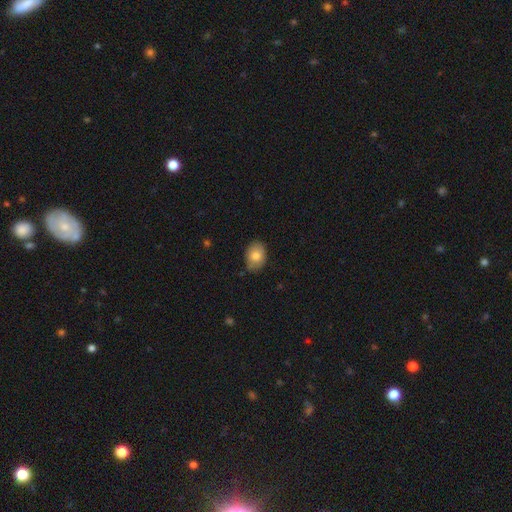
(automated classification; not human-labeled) This is clearly a smooth galaxy (81%). How rounded: likely in between (78%). Merging: clearly none (80%).